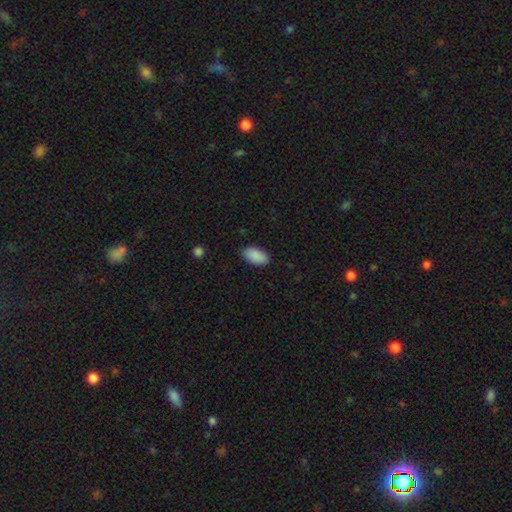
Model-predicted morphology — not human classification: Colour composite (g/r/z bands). It shows a smooth galaxy with no disk features (90%) that is in between round and cigar-shaped (95%). Merging: none (85%).